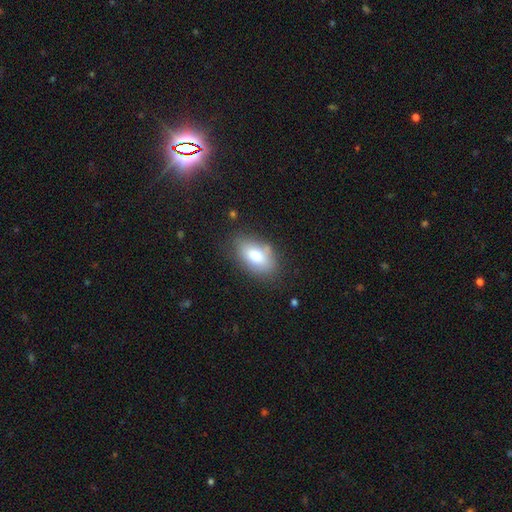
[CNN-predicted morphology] smooth-or-featured: smooth: 77% | featured or disk: 15% | star or artifact: 8%
  how-rounded: in between: 91% | round: 6% | cigar-shaped: 2%
  merging: none: 72% | minor disturbance: 20% | major disturbance: 5% | merger: 3%